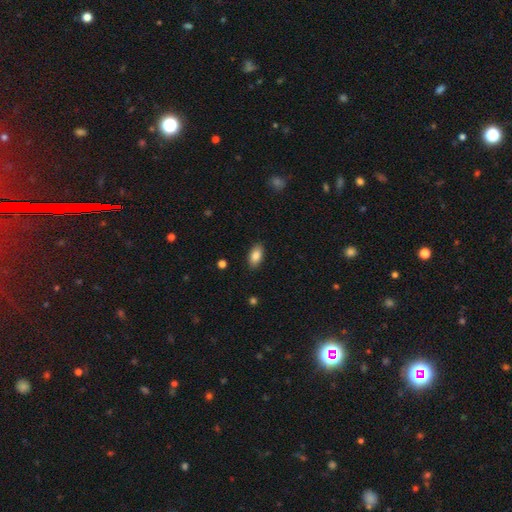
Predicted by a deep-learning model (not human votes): This is clearly a smooth galaxy (87%). How rounded: clearly in between (92%). Merging: clearly none (87%).